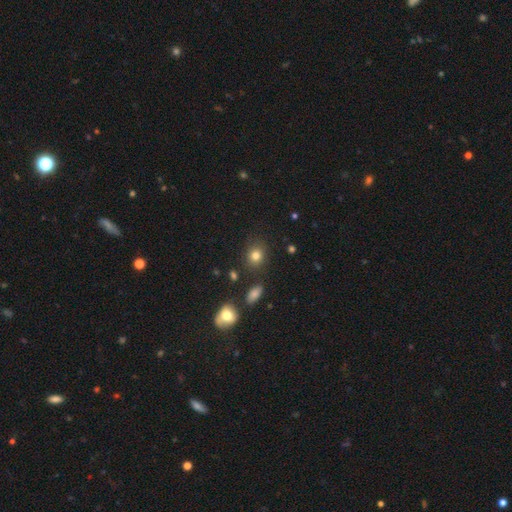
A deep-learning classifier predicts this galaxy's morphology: Smooth or featured: smooth — 81% (star or artifact — 12%)
How rounded: round — 69% (in between — 30%)
Merging: none — 83% (minor disturbance — 10%)